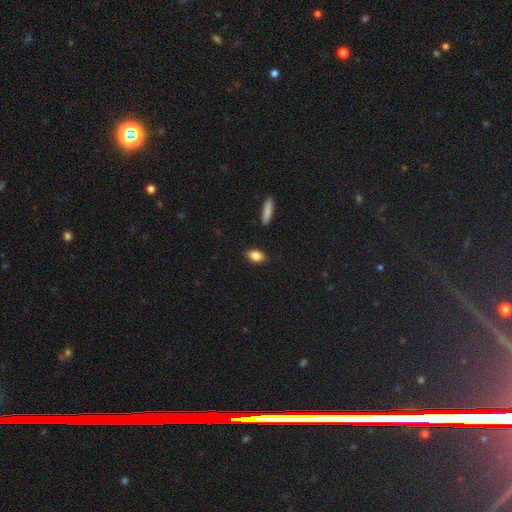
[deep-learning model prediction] Smooth or featured: smooth — 84% (star or artifact — 8%)
How rounded: in between — 84% (round — 11%)
Merging: none — 85% (minor disturbance — 11%)